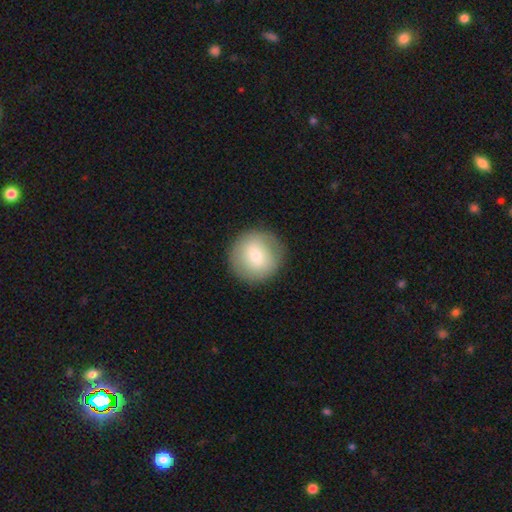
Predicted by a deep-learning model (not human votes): The model was most divided on "smooth or featured": smooth: 70%, featured or disk: 22%, star or artifact: 8%. More confident: how rounded — round (95%); merging — none (88%).